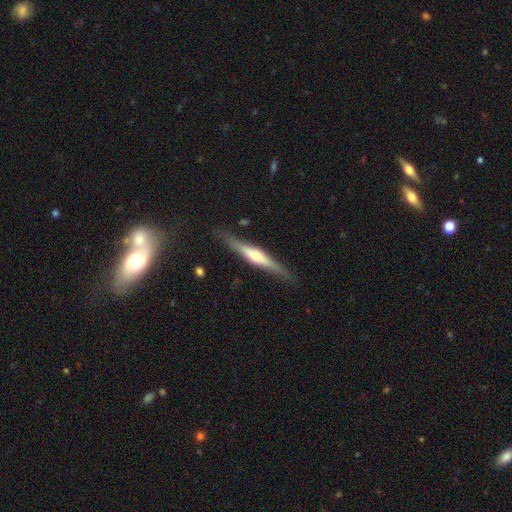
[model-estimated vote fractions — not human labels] smooth_or_featured: featured or disk (p=0.62) [alt: smooth p=0.33]
disk_edge_on: yes (p=0.97) [alt: no p=0.03]
edge_on_bulge: rounded (p=0.67) [alt: boxy p=0.19]
merging: none (p=0.85) [alt: minor disturbance p=0.11]